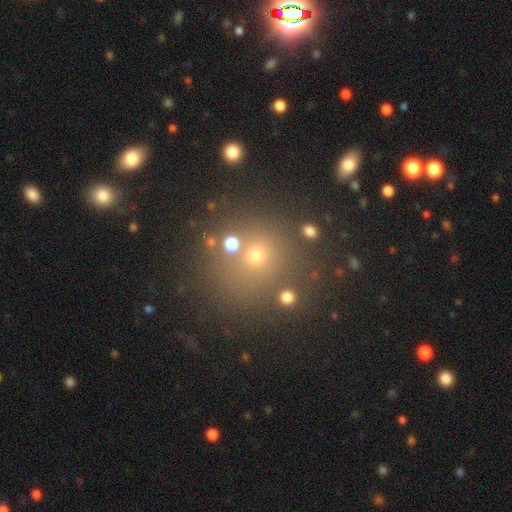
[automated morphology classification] Smooth or featured? smooth (63%)
How rounded? round (88%)
Merging? none (76%)